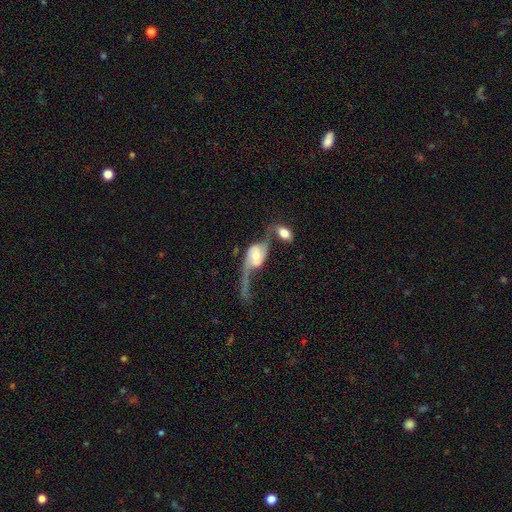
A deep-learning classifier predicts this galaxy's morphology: Q: Smooth or featured?
A: featured or disk (73%); runner-up: smooth (21%)
Q: Edge-on disk?
A: no (93%); runner-up: yes (7%)
Q: Bar?
A: no (45%); runner-up: weak (38%)
Q: Spiral arms?
A: yes (88%); runner-up: no (12%)
Q: Spiral winding?
A: loose (81%); runner-up: medium (14%)
Q: Spiral arm count?
A: 2 (74%); runner-up: 1 (19%)
Q: Bulge size?
A: moderate (37%); tied with: small (37%)
Q: Merging?
A: merger (41%); runner-up: major disturbance (30%)